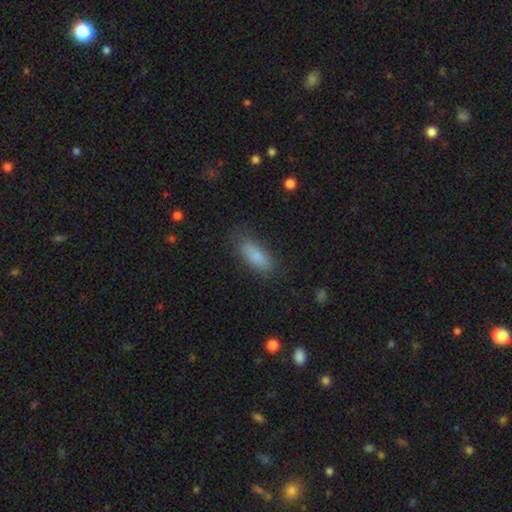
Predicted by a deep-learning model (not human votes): Smooth or featured? smooth (86%)
How rounded? in between (69%)
Merging? none (79%)